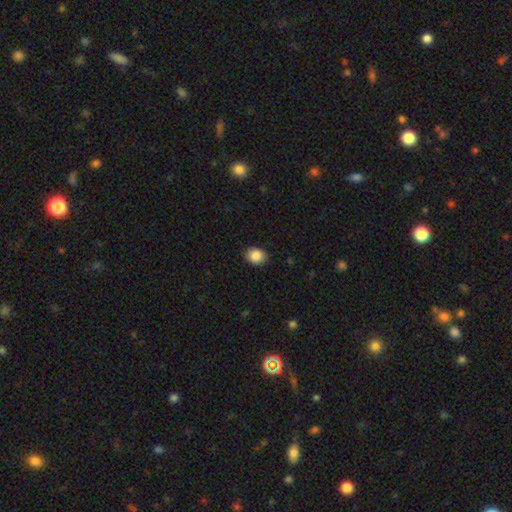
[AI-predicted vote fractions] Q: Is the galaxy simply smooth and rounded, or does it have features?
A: smooth — 88%.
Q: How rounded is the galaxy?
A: round — 55%.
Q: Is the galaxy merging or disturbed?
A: none — 89%.